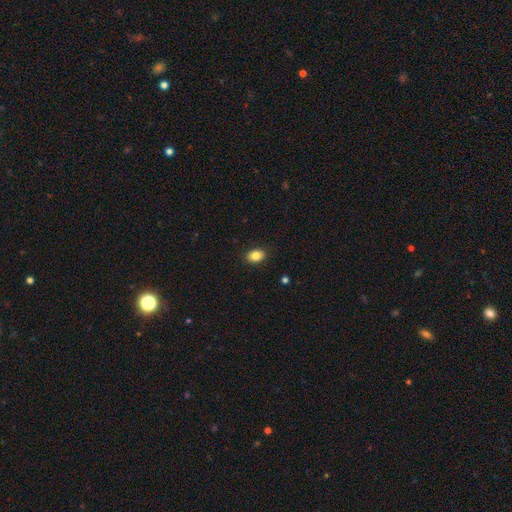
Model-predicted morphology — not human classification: Q: Smooth or featured?
A: smooth (84%); runner-up: star or artifact (9%)
Q: How rounded?
A: in between (73%); runner-up: round (26%)
Q: Merging?
A: none (89%); runner-up: minor disturbance (8%)